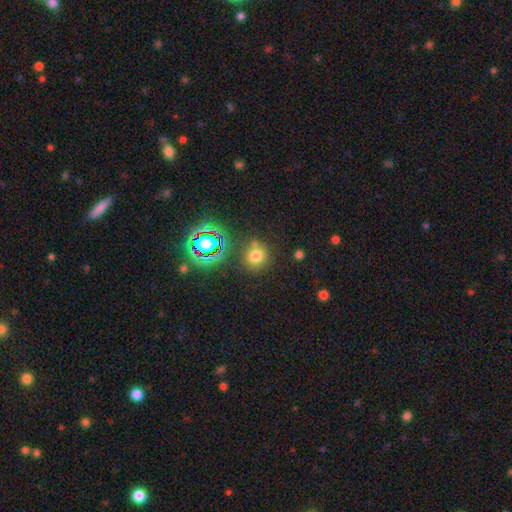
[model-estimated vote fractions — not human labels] A smooth galaxy with no disk features (69%) that is round (88%).

Vote fractions:
- Smooth or featured? smooth: 69% / star or artifact: 23% / featured or disk: 8%
- How rounded? round: 88% / in between: 11% / cigar-shaped: 1%
- Merging? none: 74% / merger: 11% / minor disturbance: 11% / major disturbance: 4%